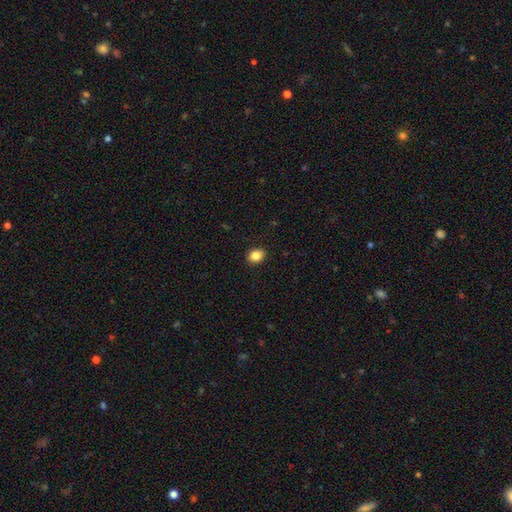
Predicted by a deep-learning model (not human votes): Morphology: type=smooth (86%); roundness=in between (57%); merging=none (90%).